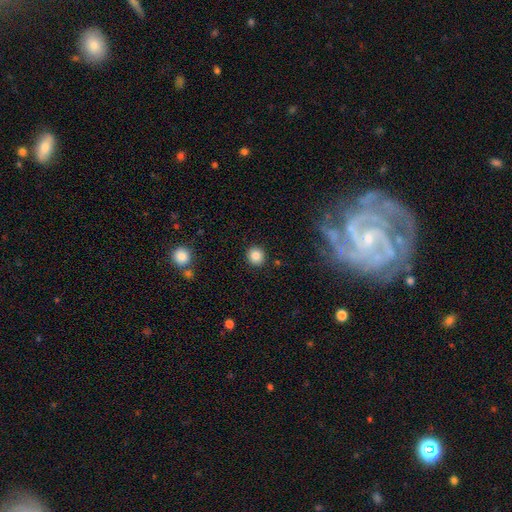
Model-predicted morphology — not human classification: A smooth galaxy with no disk features (85%) that is round (91%).

Vote fractions:
- Smooth or featured? smooth: 85% / star or artifact: 10% / featured or disk: 5%
- How rounded? round: 91% / in between: 8% / cigar-shaped: 1%
- Merging? none: 90% / minor disturbance: 6% / major disturbance: 2% / merger: 2%